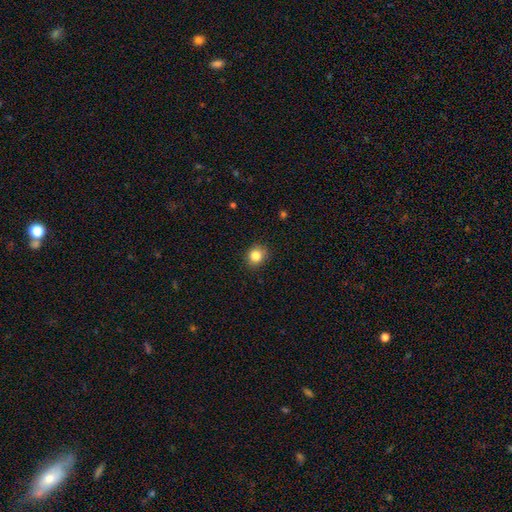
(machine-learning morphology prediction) Smooth or featured: smooth — 84% (star or artifact — 11%)
How rounded: round — 73% (in between — 26%)
Merging: none — 87% (minor disturbance — 10%)